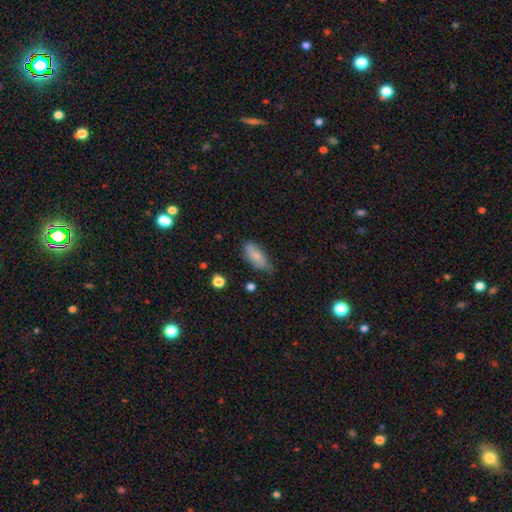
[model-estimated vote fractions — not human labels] This is likely a smooth galaxy (76%). How rounded: clearly in between (80%). Merging: likely none (62%).